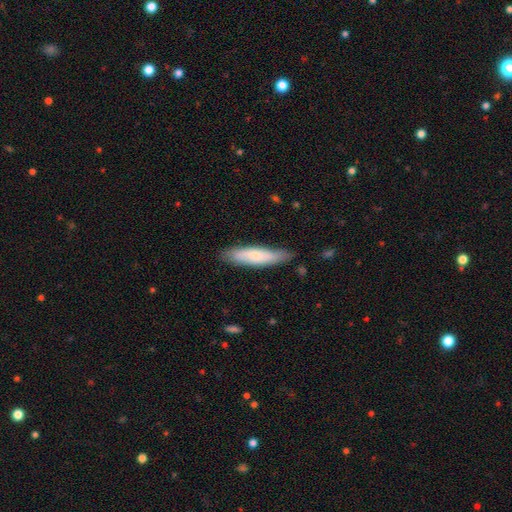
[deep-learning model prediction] This is likely a smooth galaxy (68%). How rounded: likely cigar-shaped (76%). Merging: clearly none (81%).